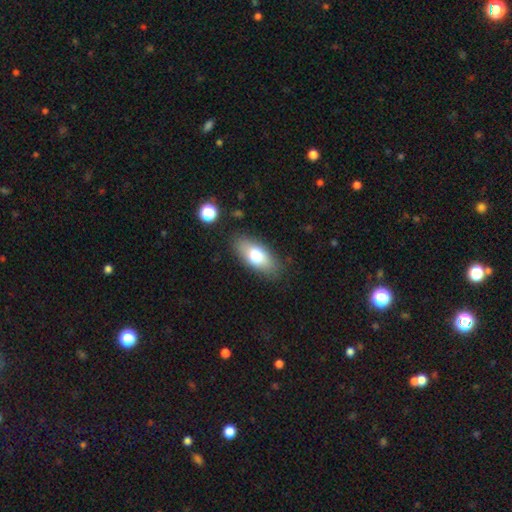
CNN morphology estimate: Smooth or featured? smooth (73%)
How rounded? in between (85%)
Merging? none (84%)